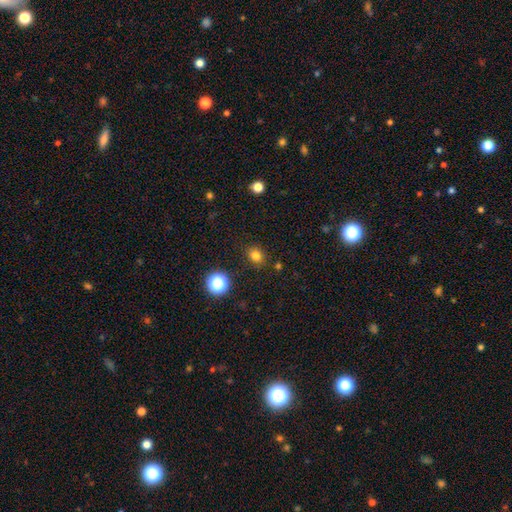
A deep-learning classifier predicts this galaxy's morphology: The model was most divided on "how rounded": round: 53%, in between: 46%, cigar-shaped: 1%. More confident: merging — none (86%); smooth or featured — smooth (79%).